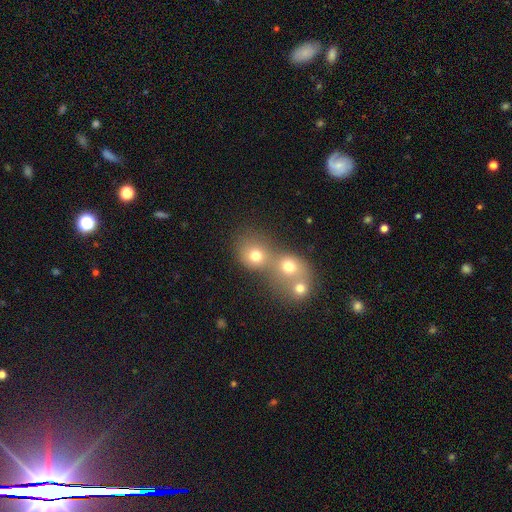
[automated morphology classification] Smooth or featured? smooth (72%)
How rounded? round (77%)
Merging? merger (55%)